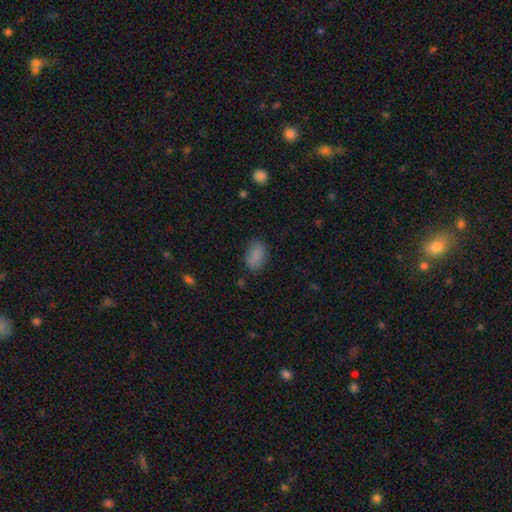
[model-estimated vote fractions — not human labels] Smooth or featured? Predicted: smooth (p=0.87). How rounded? Predicted: in between (p=0.91). Merging? Predicted: none (p=0.80).